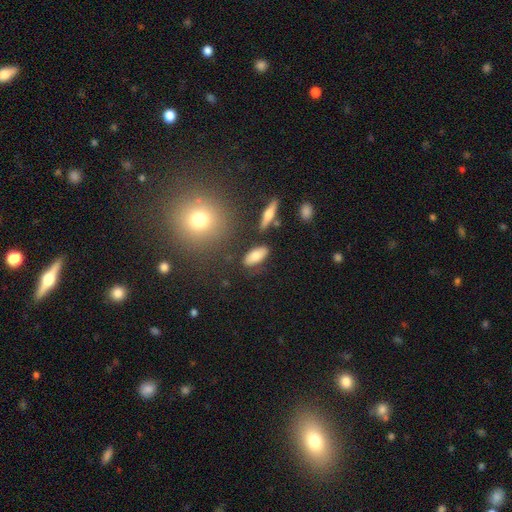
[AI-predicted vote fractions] This is likely a smooth galaxy (77%). How rounded: clearly in between (84%). Merging: clearly none (82%).